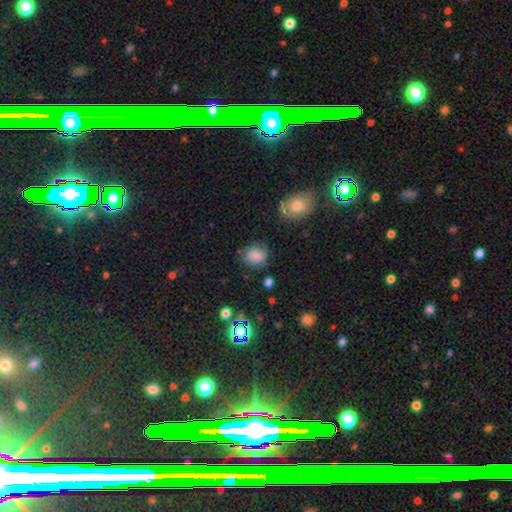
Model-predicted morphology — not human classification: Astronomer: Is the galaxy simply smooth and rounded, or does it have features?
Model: smooth — 79%.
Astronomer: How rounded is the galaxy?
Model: round — 61% (runner-up: in between, 38%).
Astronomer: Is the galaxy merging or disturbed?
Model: none — 71%.